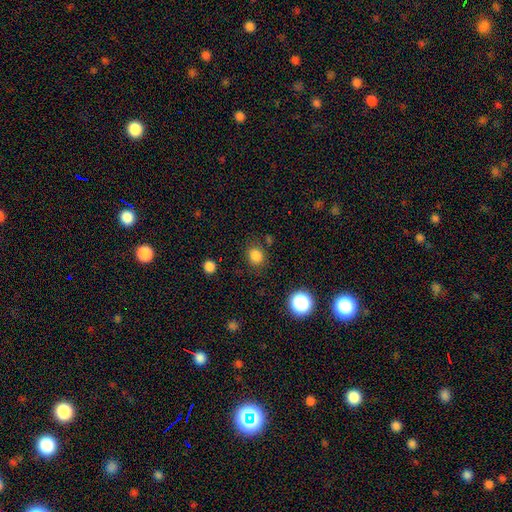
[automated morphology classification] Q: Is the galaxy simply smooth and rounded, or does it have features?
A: smooth — 82%.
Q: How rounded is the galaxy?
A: round — 76%.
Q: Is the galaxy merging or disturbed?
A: none — 81%.